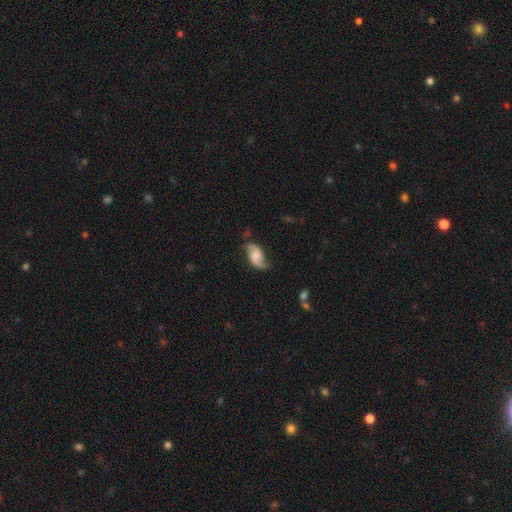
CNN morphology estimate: Smooth or featured? Predicted: featured or disk (p=0.70). Edge-on disk? Predicted: no (p=0.96). Bar? Predicted: no (p=0.59). Spiral arms? Predicted: yes (p=0.93). Spiral winding? Predicted: loose (p=0.68). Spiral arm count? Predicted: 2 (p=0.90). Bulge size? Predicted: moderate (p=0.41). Merging? Predicted: none (p=0.68).